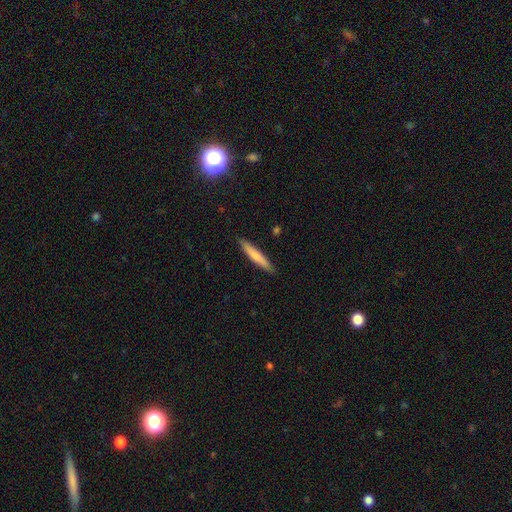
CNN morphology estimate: smooth_or_featured: smooth (p=0.72) [alt: featured or disk p=0.22]
how_rounded: cigar-shaped (p=0.94) [alt: in between p=0.05]
merging: none (p=0.90) [alt: minor disturbance p=0.07]